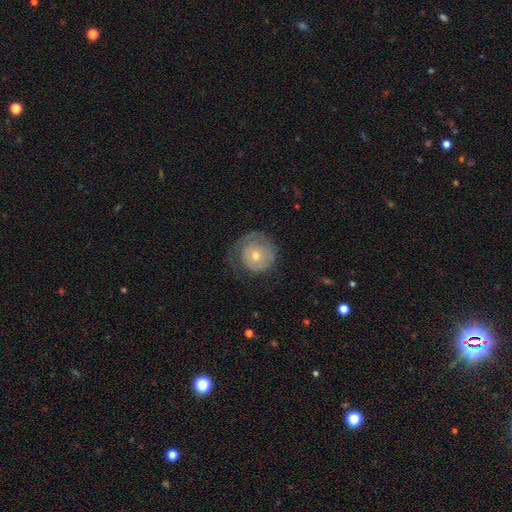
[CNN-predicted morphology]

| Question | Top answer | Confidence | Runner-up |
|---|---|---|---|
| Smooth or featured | featured or disk | 55% | smooth (37%) |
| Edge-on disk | no | 96% | yes (4%) |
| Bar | no | 86% | weak (12%) |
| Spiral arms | yes | 62% | no (38%) |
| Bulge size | small | 50% | moderate (46%) |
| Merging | none | 57% | minor disturbance (23%) |